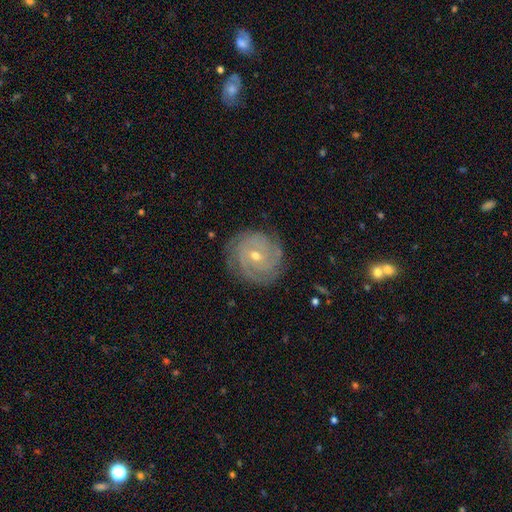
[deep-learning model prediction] Morphology: type=featured or disk (86%); edge-on=no (98%); bar=no (61%); spiral arms=yes (97%); winding=tight (81%); arm count=3 (28%); bulge=small (55%); merging=none (84%).